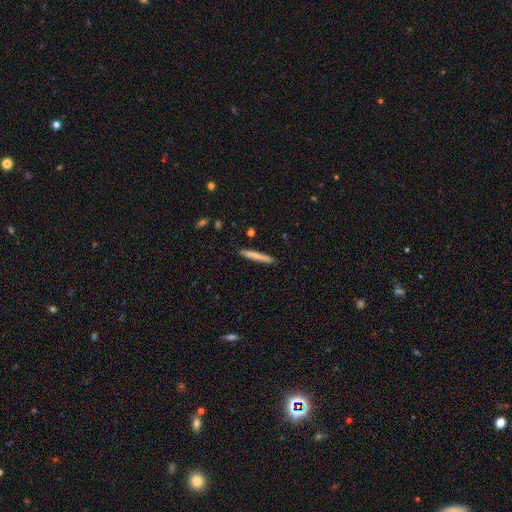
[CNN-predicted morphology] type=smooth (75%); roundness=cigar-shaped (96%); merging=none (89%).